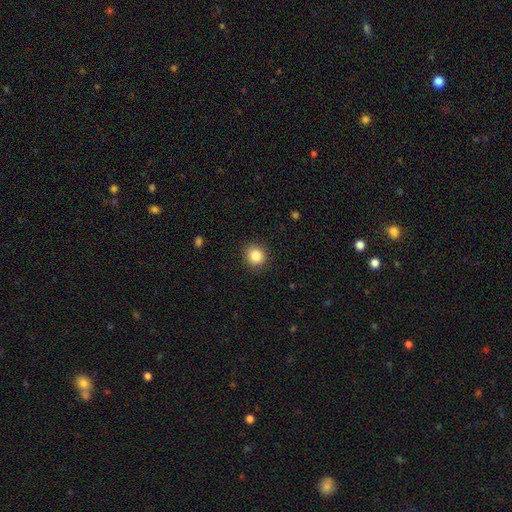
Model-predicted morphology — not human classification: This is clearly a smooth galaxy (85%). How rounded: clearly round (86%). Merging: clearly none (89%).